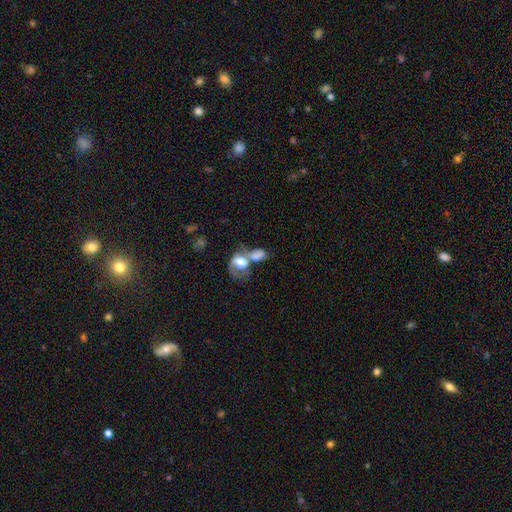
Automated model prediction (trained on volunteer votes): Smooth or featured?
  - smooth: 50% *
  - featured or disk: 41%
  - star or artifact: 10%
Merging?
  - merger: 65% *
  - none: 14%
  - major disturbance: 13%
  - minor disturbance: 8%